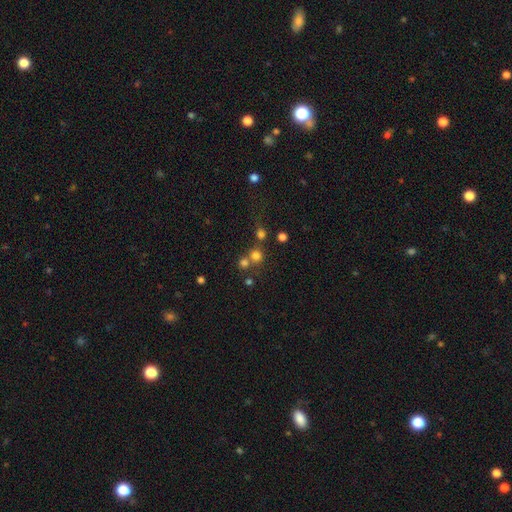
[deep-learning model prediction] A smooth galaxy with no disk features (71%) that is round (90%).

Vote fractions:
- Smooth or featured? smooth: 71% / star or artifact: 20% / featured or disk: 9%
- How rounded? round: 90% / in between: 9% / cigar-shaped: 1%
- Merging? none: 59% / merger: 30% / minor disturbance: 7% / major disturbance: 4%